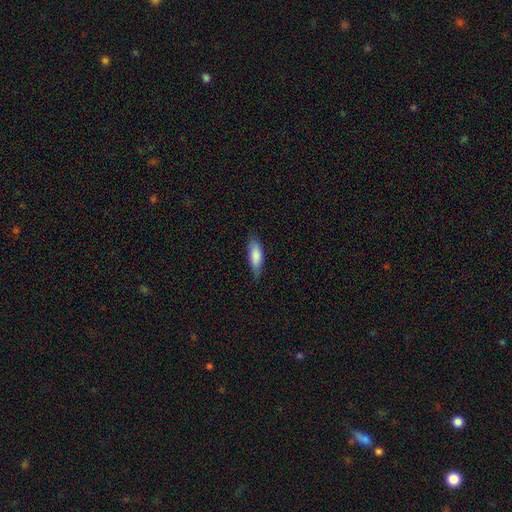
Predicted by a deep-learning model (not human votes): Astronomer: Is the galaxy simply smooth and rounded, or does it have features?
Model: smooth — 83%.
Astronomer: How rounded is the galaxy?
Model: in between — 65%.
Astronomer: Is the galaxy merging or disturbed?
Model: none — 77%.